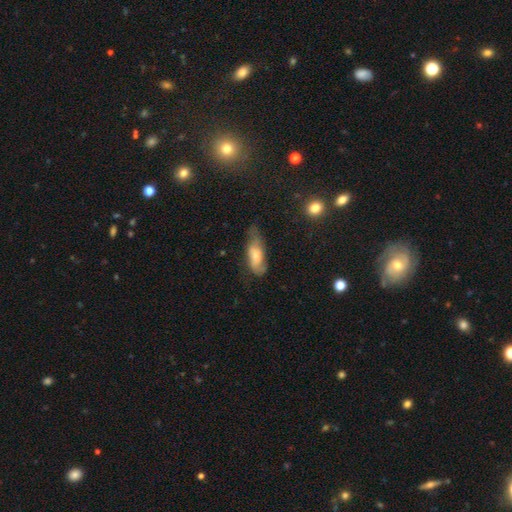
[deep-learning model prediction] A smooth galaxy with no disk features (61%) that is in between round and cigar-shaped (72%).

Vote fractions:
- Smooth or featured? smooth: 61% / featured or disk: 31% / star or artifact: 7%
- How rounded? in between: 72% / cigar-shaped: 26% / round: 3%
- Merging? none: 41% / minor disturbance: 36% / major disturbance: 20% / merger: 3%